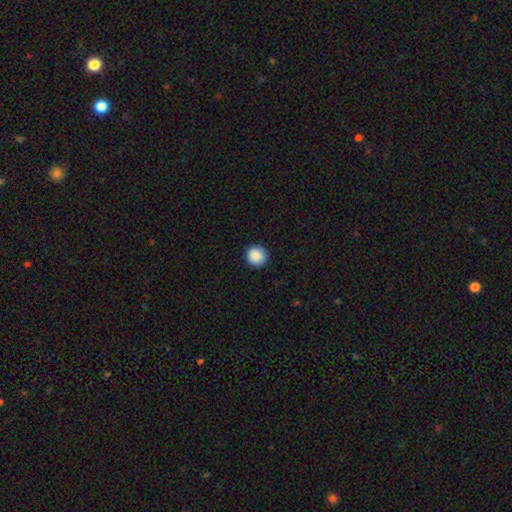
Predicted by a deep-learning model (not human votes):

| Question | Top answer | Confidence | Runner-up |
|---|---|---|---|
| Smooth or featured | smooth | 89% | star or artifact (8%) |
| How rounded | round | 95% | in between (4%) |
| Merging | none | 92% | minor disturbance (5%) |